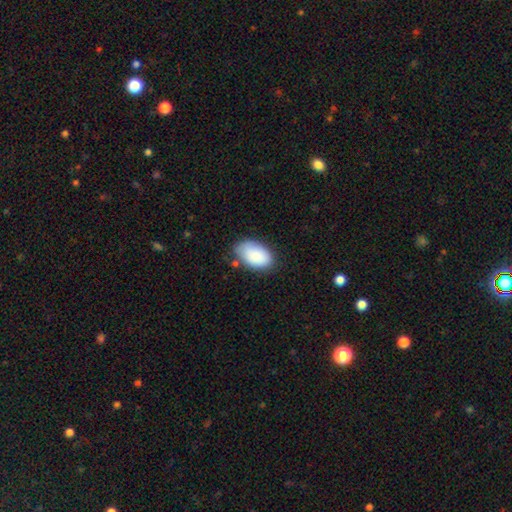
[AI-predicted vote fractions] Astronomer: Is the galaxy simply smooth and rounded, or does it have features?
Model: smooth — 86%.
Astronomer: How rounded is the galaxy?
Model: in between — 94%.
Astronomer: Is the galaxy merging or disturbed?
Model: none — 71%.